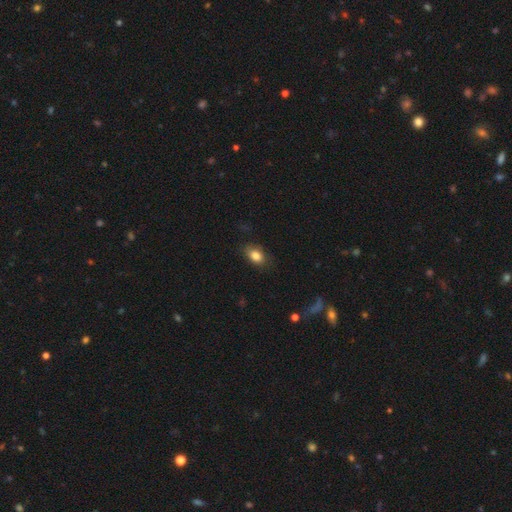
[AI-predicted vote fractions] smooth_or_featured: smooth (p=0.83) [alt: featured or disk p=0.09]
how_rounded: in between (p=0.83) [alt: round p=0.15]
merging: none (p=0.79) [alt: minor disturbance p=0.16]